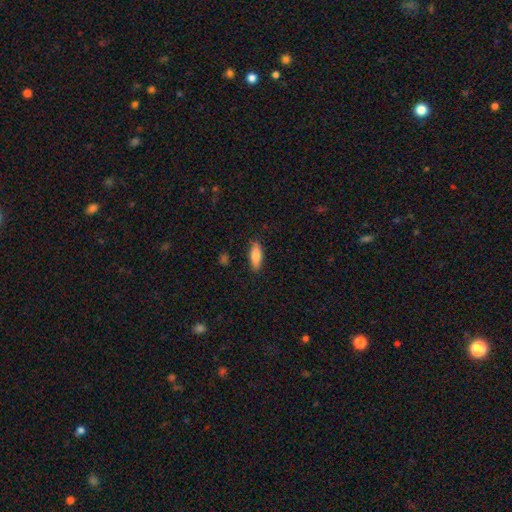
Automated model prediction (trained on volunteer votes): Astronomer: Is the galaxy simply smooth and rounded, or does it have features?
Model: smooth — 82%.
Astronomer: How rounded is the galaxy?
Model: in between — 70%.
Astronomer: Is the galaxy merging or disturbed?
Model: none — 85%.